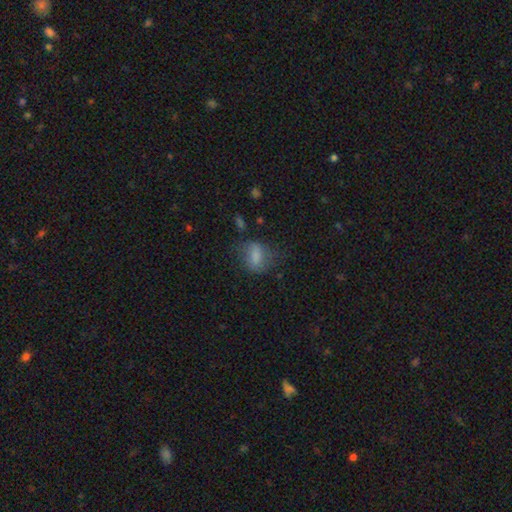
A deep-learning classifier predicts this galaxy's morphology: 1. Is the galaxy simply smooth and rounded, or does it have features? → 73% smooth, 16% featured or disk, 11% star or artifact.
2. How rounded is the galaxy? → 70% in between, 26% round, 4% cigar-shaped.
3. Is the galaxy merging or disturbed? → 52% none, 27% minor disturbance, 19% major disturbance, 3% merger.